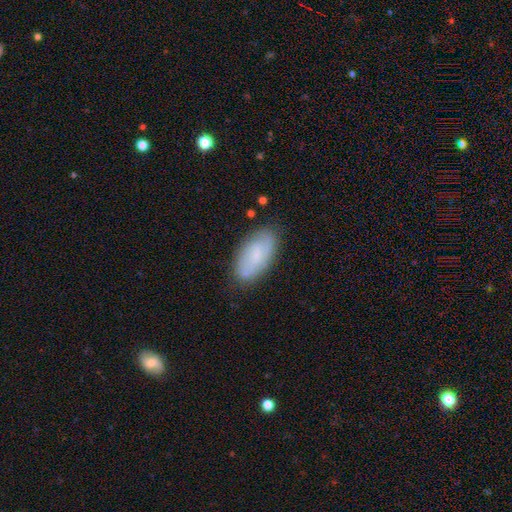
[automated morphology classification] smooth 55%, featured or disk 37%, star or artifact 7%. Down the decision tree: how rounded — in between (90%); merging — none (78%).